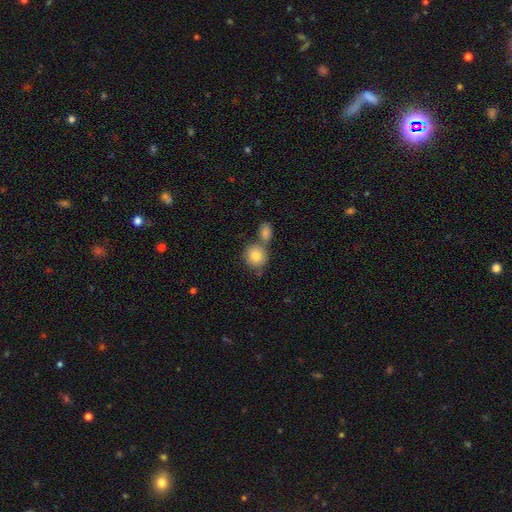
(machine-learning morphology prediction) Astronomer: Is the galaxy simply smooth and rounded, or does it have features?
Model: smooth — 83%.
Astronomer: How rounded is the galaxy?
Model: round — 85%.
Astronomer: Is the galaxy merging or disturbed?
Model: none — 49% (runner-up: merger, 38%).